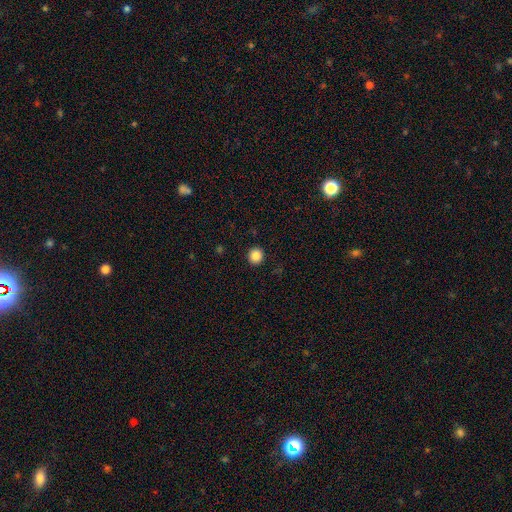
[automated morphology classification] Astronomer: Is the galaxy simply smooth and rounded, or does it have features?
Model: smooth — 87%.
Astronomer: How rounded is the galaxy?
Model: round — 91%.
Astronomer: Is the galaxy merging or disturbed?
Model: none — 92%.